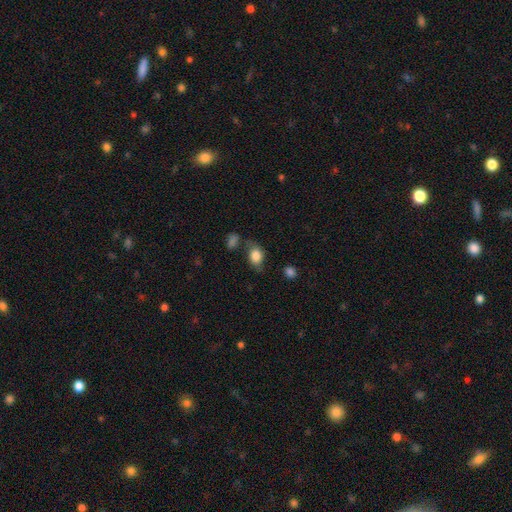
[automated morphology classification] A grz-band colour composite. It shows a smooth galaxy with no disk features (78%) that is in between round and cigar-shaped (71%). Merging: none (57%).